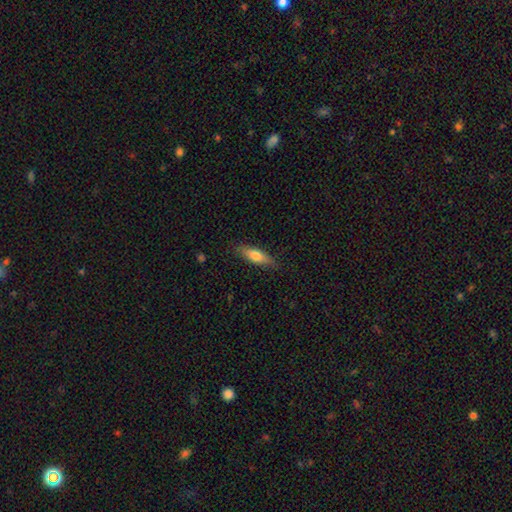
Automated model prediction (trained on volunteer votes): The model was most divided on "how rounded": in between: 54%, cigar-shaped: 44%, round: 2%. More confident: merging — none (81%); smooth or featured — smooth (71%).